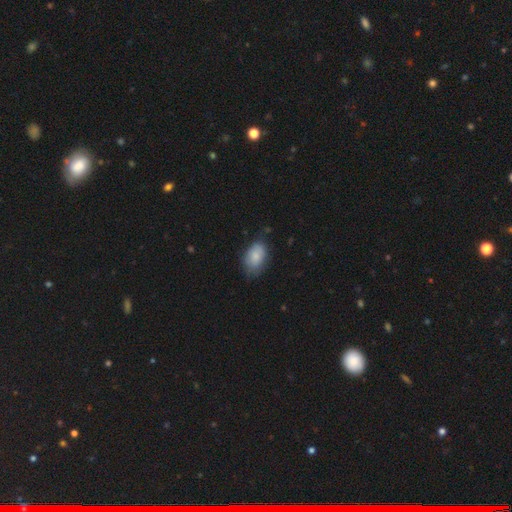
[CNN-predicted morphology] Q: Smooth or featured?
A: smooth (81%); runner-up: featured or disk (12%)
Q: How rounded?
A: in between (89%); runner-up: round (10%)
Q: Merging?
A: none (64%); runner-up: minor disturbance (28%)